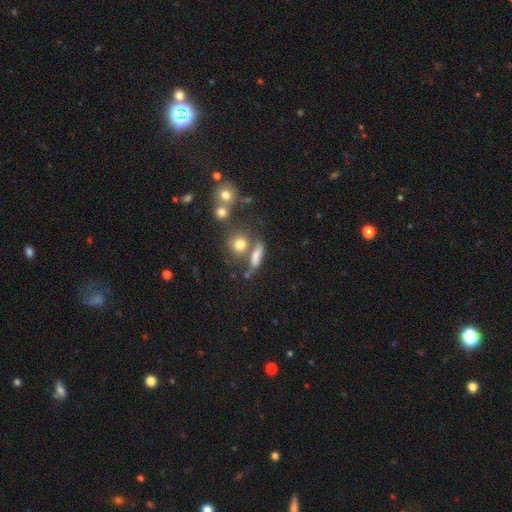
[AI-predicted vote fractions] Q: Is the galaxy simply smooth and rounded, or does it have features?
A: smooth — 68%.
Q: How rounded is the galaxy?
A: in between — 41%.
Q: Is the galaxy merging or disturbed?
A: none — 52%.